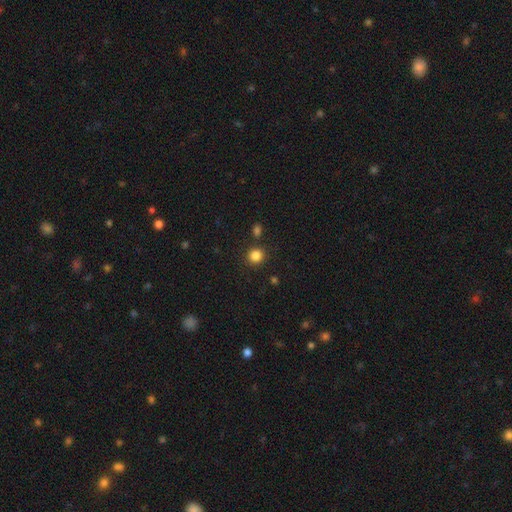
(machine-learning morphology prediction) Q: Smooth or featured?
A: smooth (84%); runner-up: star or artifact (12%)
Q: How rounded?
A: round (88%); runner-up: in between (11%)
Q: Merging?
A: none (86%); runner-up: minor disturbance (7%)